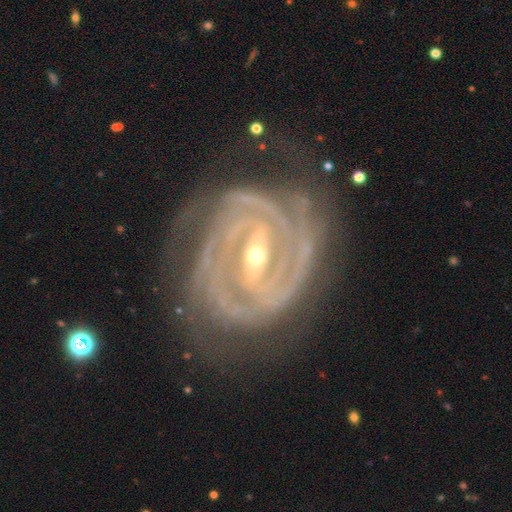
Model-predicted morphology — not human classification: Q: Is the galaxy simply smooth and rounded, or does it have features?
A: featured or disk — 92%.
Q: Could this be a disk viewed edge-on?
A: no — 96%.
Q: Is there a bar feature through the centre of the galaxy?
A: strong — 63%.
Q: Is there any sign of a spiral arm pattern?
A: yes — 98%.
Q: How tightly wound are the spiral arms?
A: tight — 77%.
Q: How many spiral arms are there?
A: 2 — 27%.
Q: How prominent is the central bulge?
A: small — 60%.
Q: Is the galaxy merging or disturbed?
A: none — 74%.